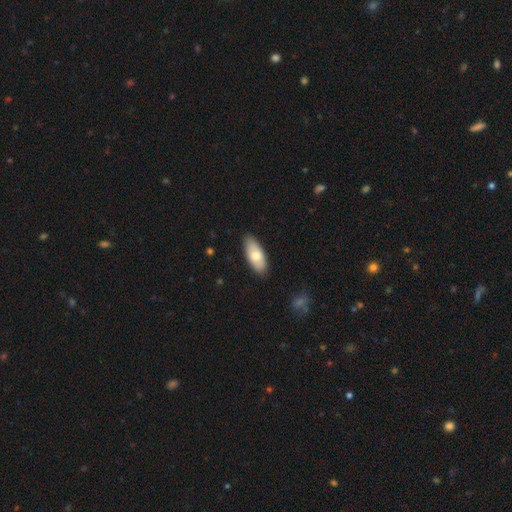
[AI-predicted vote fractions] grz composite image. It shows a smooth galaxy with no disk features (72%) that is in between round and cigar-shaped (86%). Merging: none (86%).